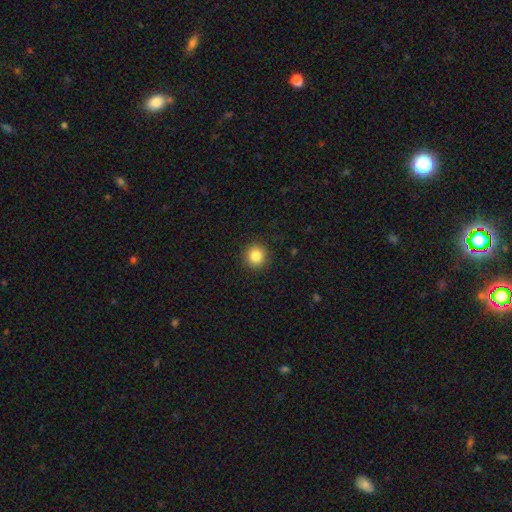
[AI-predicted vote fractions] Smooth or featured?
  - smooth: 84% *
  - star or artifact: 10%
  - featured or disk: 5%
How rounded?
  - round: 94% *
  - in between: 5%
  - cigar-shaped: 1%
Merging?
  - none: 92% *
  - minor disturbance: 5%
  - major disturbance: 2%
  - merger: 1%